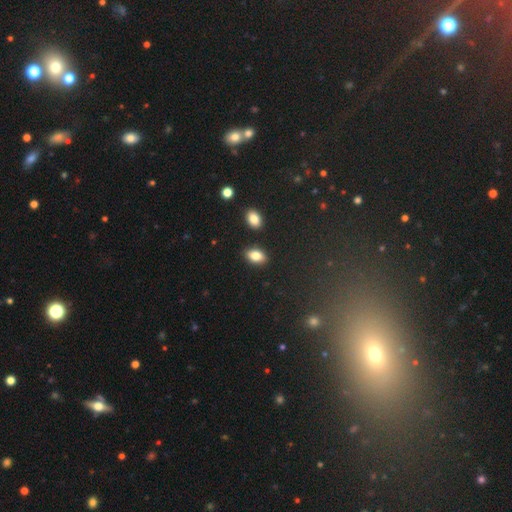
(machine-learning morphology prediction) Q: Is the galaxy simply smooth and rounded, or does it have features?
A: smooth — 84%.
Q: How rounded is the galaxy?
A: in between — 89%.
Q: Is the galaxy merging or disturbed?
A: none — 84%.